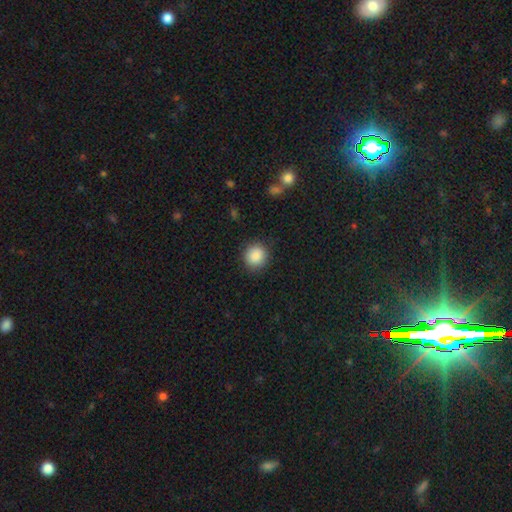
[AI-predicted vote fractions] Overall: smooth (88%). How rounded: round (90%). Merging: none (89%).